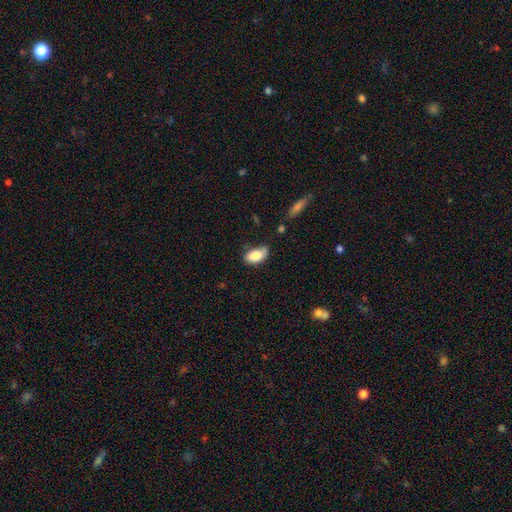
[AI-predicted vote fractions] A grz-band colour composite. It shows a smooth galaxy with no disk features (82%) that is in between round and cigar-shaped (93%). Merging: none (52%).